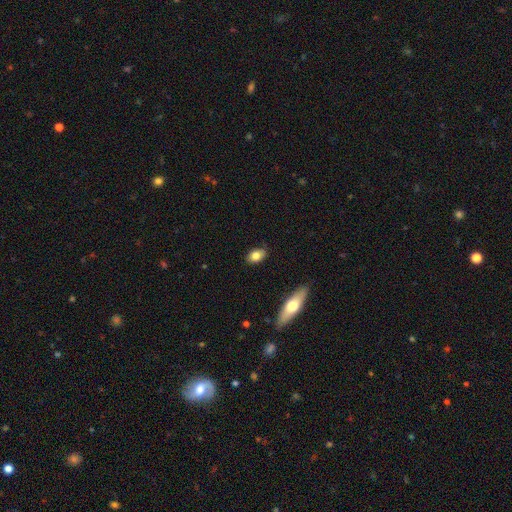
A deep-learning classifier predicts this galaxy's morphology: A smooth galaxy with no disk features (81%) that is in between round and cigar-shaped (83%).

Vote fractions:
- Smooth or featured? smooth: 81% / featured or disk: 12% / star or artifact: 7%
- How rounded? in between: 83% / round: 13% / cigar-shaped: 4%
- Merging? none: 85% / minor disturbance: 11% / major disturbance: 2% / merger: 1%